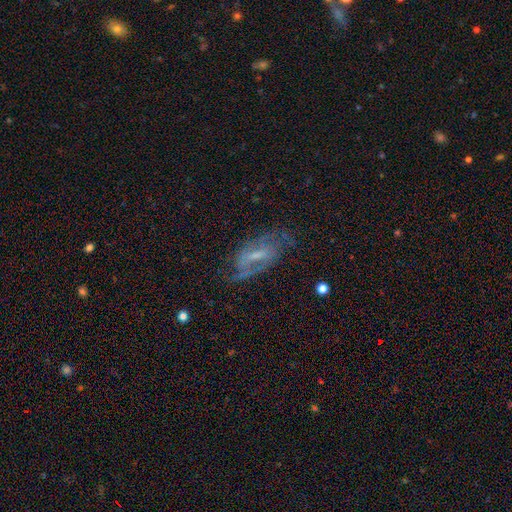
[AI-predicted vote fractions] Smooth or featured?
  - featured or disk: 75% *
  - smooth: 16%
  - star or artifact: 9%
Edge-on disk?
  - no: 92% *
  - yes: 8%
Bar?
  - weak: 49% *
  - strong: 28%
  - no: 23%
Spiral arms?
  - yes: 84% *
  - no: 16%
Spiral winding?
  - medium: 48% *
  - tight: 29%
  - loose: 23%
Spiral arm count?
  - 2: 66% *
  - can't tell: 20%
  - 1: 6%
  - 3: 4%
  - 4: 2%
  - more than 4: 2%
Bulge size?
  - small: 46% *
  - moderate: 33%
  - none: 16%
  - large: 3%
  - dominant: 1%
Merging?
  - none: 62% *
  - minor disturbance: 21%
  - major disturbance: 15%
  - merger: 2%